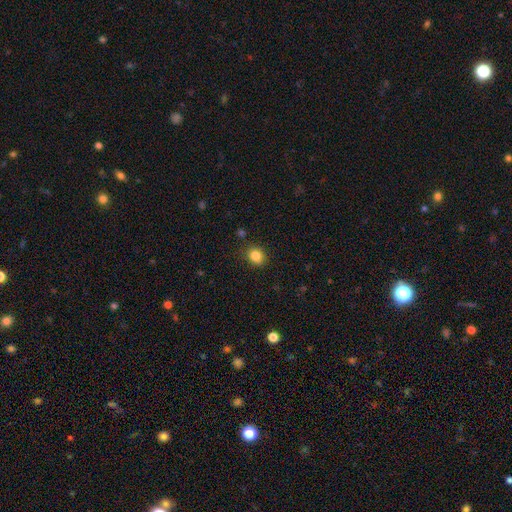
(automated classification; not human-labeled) This appears to be a smooth galaxy with no disk features (84%) that is round (61%). Merging: none (86%).